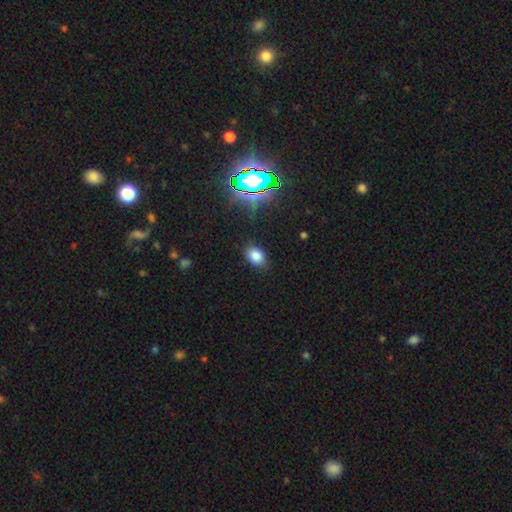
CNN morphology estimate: Smooth or featured? smooth (78%)
How rounded? in between (76%)
Merging? none (81%)